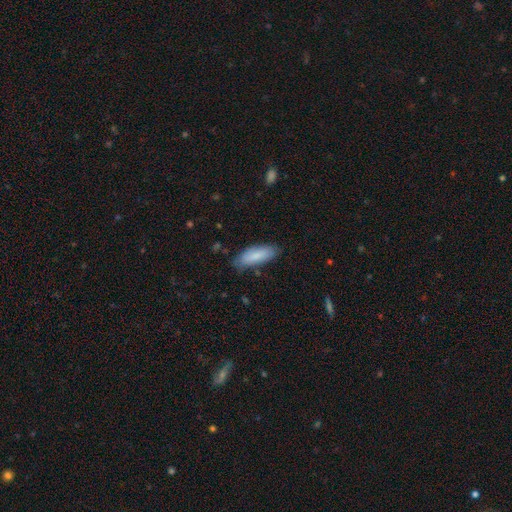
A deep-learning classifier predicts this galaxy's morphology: Q: Smooth or featured?
A: smooth (84%); runner-up: featured or disk (10%)
Q: How rounded?
A: in between (66%); runner-up: cigar-shaped (32%)
Q: Merging?
A: none (76%); runner-up: minor disturbance (19%)